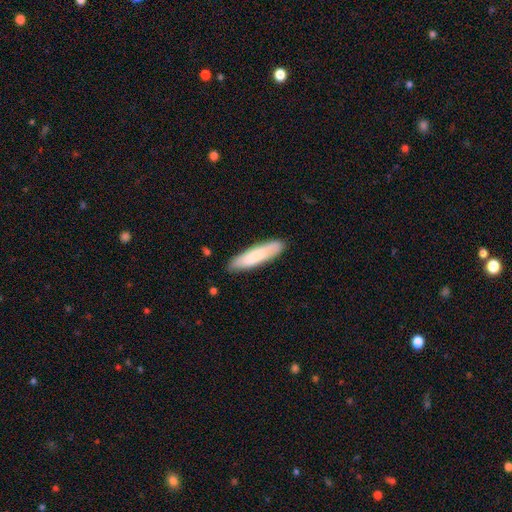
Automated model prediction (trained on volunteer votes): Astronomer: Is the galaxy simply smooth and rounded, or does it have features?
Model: smooth — 76%.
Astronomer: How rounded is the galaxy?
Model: cigar-shaped — 75%.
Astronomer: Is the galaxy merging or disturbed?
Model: none — 84%.